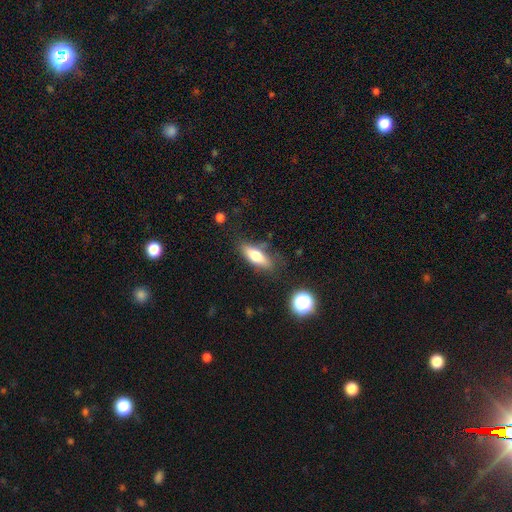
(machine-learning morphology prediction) smooth 70%, featured or disk 22%, star or artifact 8%. Down the decision tree: how rounded — in between (60%); merging — none (72%).